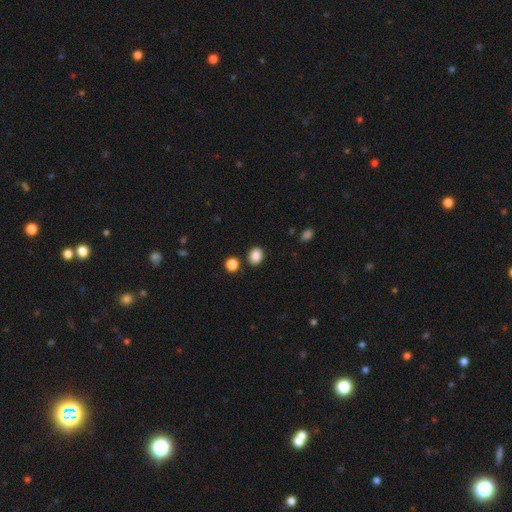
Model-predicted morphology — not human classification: This appears to be a smooth galaxy with no disk features (87%) that is in between round and cigar-shaped (53%). Merging: none (83%).